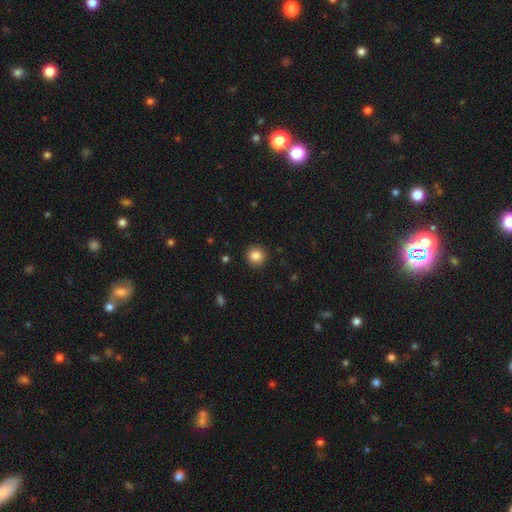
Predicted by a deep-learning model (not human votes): Smooth or featured? Predicted: smooth (p=0.85). How rounded? Predicted: round (p=0.94). Merging? Predicted: none (p=0.92).